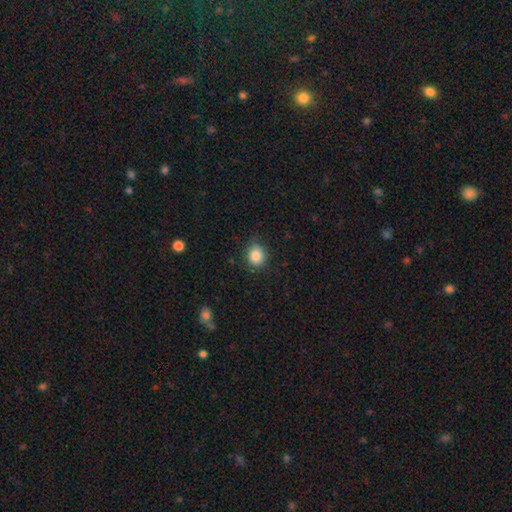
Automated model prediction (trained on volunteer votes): Smooth or featured: smooth — 85% (star or artifact — 9%)
How rounded: round — 71% (in between — 28%)
Merging: none — 80% (minor disturbance — 16%)